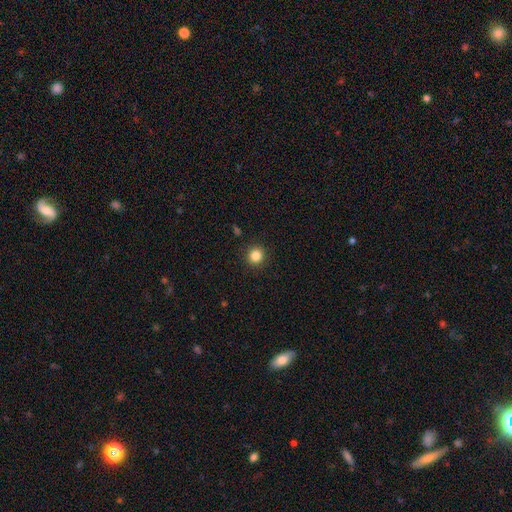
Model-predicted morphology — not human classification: Smooth or featured? Predicted: smooth (p=0.84). How rounded? Predicted: round (p=0.93). Merging? Predicted: none (p=0.92).